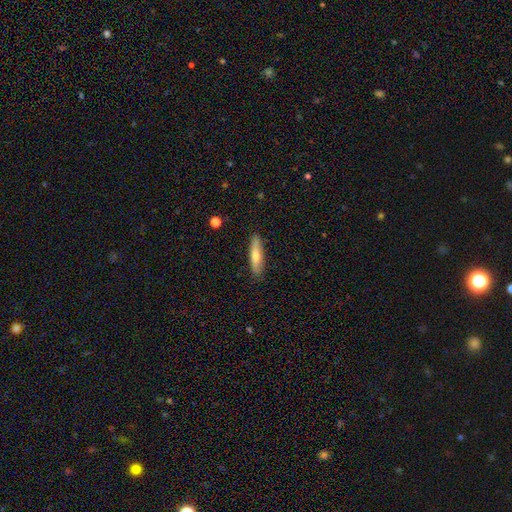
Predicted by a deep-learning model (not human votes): This appears to be a smooth galaxy with no disk features (61%) that is cigar-shaped (80%). Merging: none (88%).